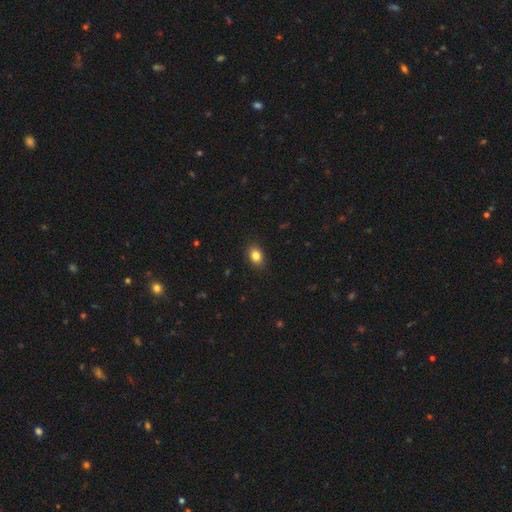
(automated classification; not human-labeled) The model was most divided on "how rounded": in between: 76%, round: 23%, cigar-shaped: 1%. More confident: merging — none (89%); smooth or featured — smooth (84%).